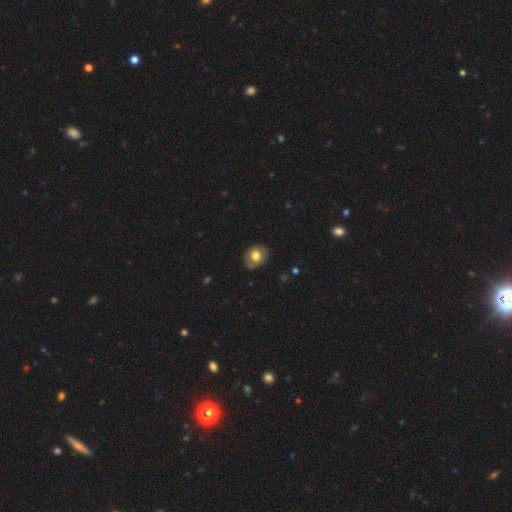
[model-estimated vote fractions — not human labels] This is likely a smooth galaxy (73%). How rounded: possibly round (50%). Merging: clearly none (81%).